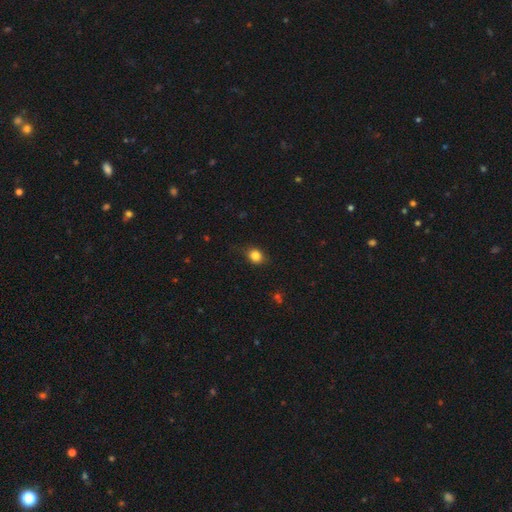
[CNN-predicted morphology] A smooth galaxy with no disk features (83%) that is round (60%). Merging: none (79%).